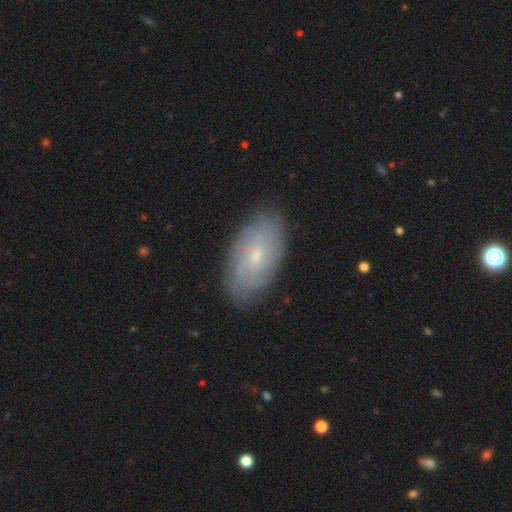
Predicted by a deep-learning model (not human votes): Smooth or featured? Predicted: featured or disk (p=0.54). Edge-on disk? Predicted: no (p=0.91). Merging? Predicted: none (p=0.84).